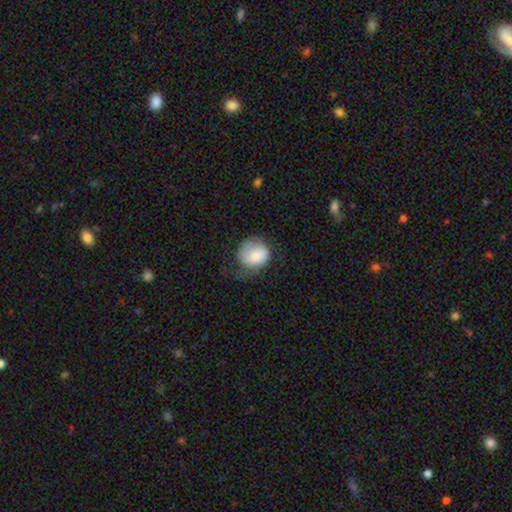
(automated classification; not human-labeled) Smooth or featured? Predicted: smooth (p=0.59). How rounded? Predicted: round (p=0.71). Merging? Predicted: none (p=0.41).